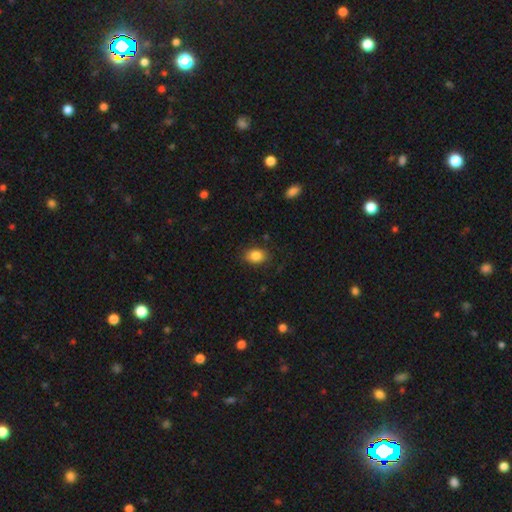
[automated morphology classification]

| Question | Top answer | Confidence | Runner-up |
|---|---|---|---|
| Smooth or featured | smooth | 85% | star or artifact (9%) |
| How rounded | in between | 75% | round (24%) |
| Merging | none | 84% | minor disturbance (11%) |